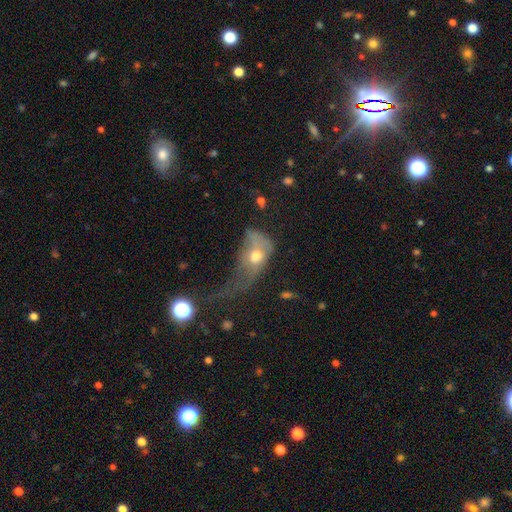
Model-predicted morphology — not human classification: This is possibly a smooth galaxy (55%). How rounded: likely in between (75%). Merging: likely major disturbance (64%).